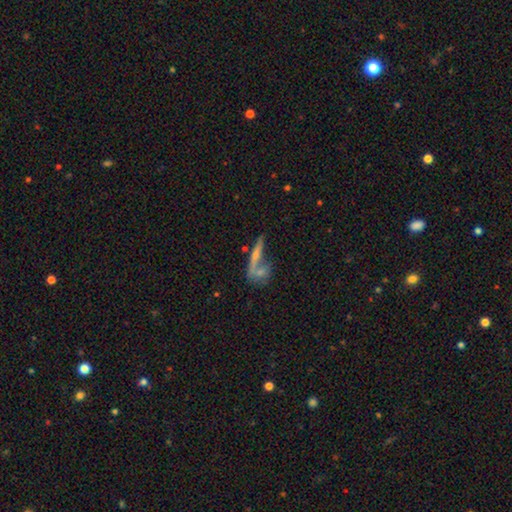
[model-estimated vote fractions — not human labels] The model was most divided on "smooth or featured" (2-way tie): smooth: 43%, featured or disk: 43%, star or artifact: 14%. Remaining: merging — merger (41%).